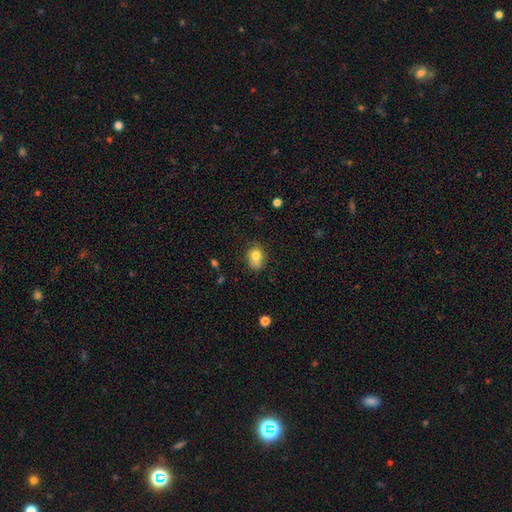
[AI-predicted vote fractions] This appears to be a smooth galaxy with no disk features (77%) that is in between round and cigar-shaped (52%). Merging: none (55%).